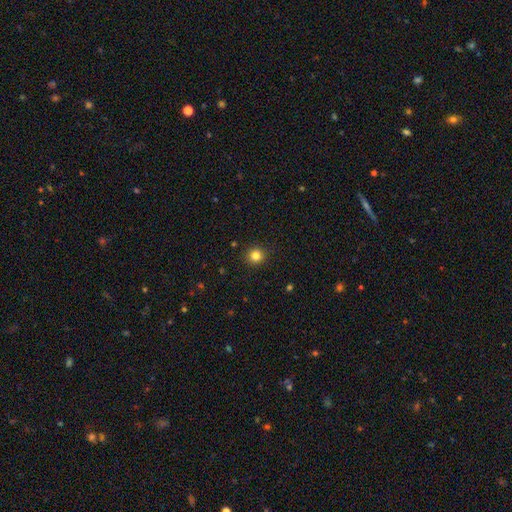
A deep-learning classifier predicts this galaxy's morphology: type=smooth (83%); roundness=round (93%); merging=none (92%).